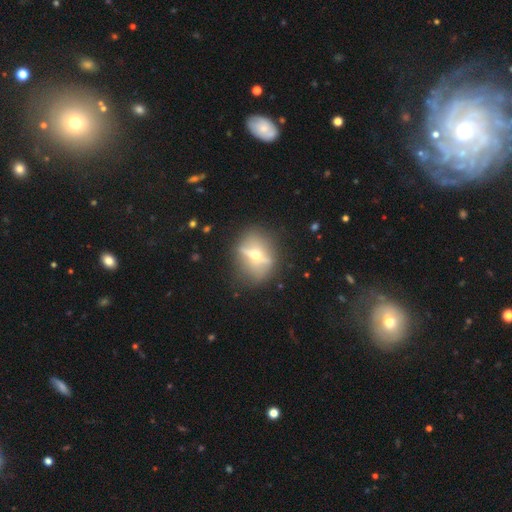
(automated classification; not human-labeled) The model was most divided on "edge-on disk": no: 51%, yes: 49%. More confident: merging — none (77%); smooth or featured — featured or disk (70%).